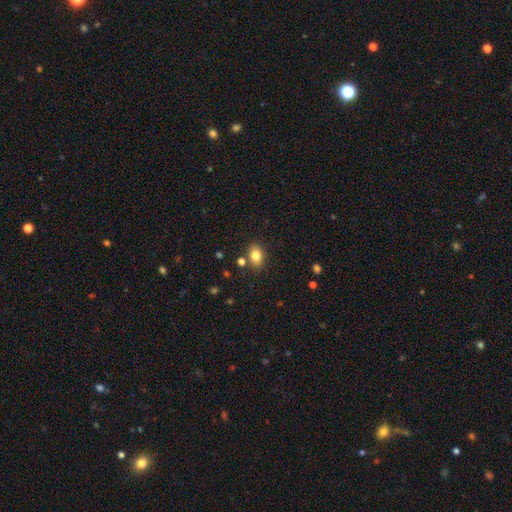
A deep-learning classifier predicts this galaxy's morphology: smooth_or_featured: smooth (p=0.82) [alt: star or artifact p=0.10]
how_rounded: in between (p=0.73) [alt: round p=0.26]
merging: none (p=0.81) [alt: minor disturbance p=0.11]